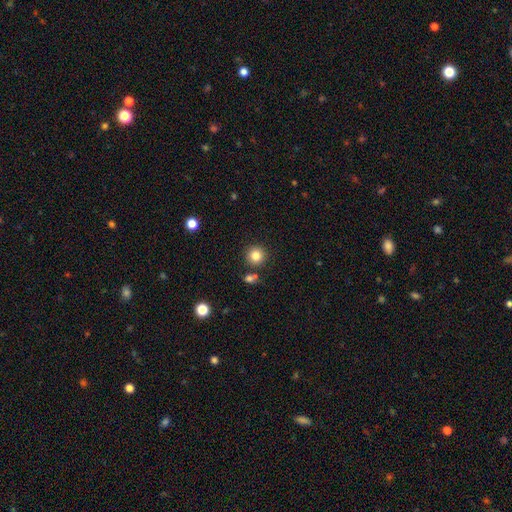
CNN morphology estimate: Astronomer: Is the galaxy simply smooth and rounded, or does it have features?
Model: smooth — 84%.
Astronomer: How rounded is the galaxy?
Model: round — 94%.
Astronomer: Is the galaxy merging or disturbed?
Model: none — 83%.